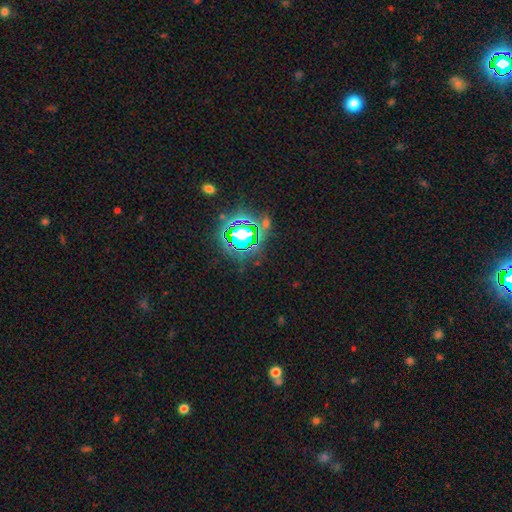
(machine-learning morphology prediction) Q: Smooth or featured?
A: star or artifact (82%); runner-up: smooth (11%)